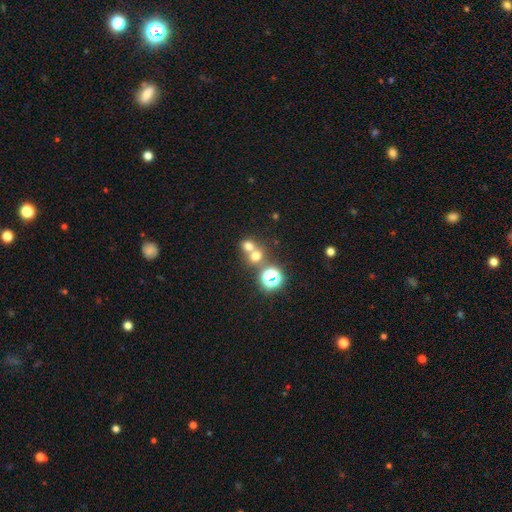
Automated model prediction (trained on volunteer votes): The model was most divided on "merging": merger: 48%, none: 43%, minor disturbance: 5%, major disturbance: 3%. More confident: how rounded — round (81%); smooth or featured — smooth (64%).